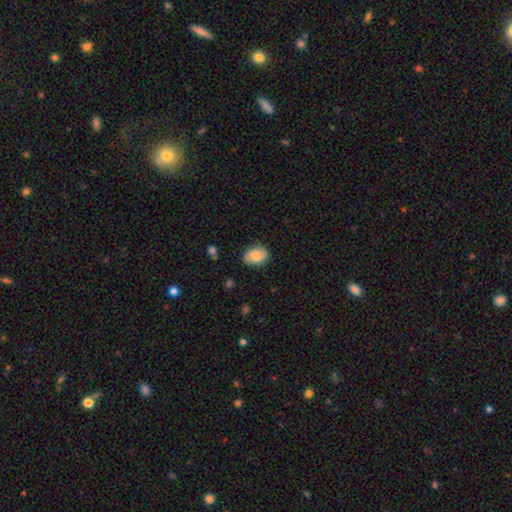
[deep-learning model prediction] Overall: smooth (80%). How rounded: in between (77%). Merging: none (84%).